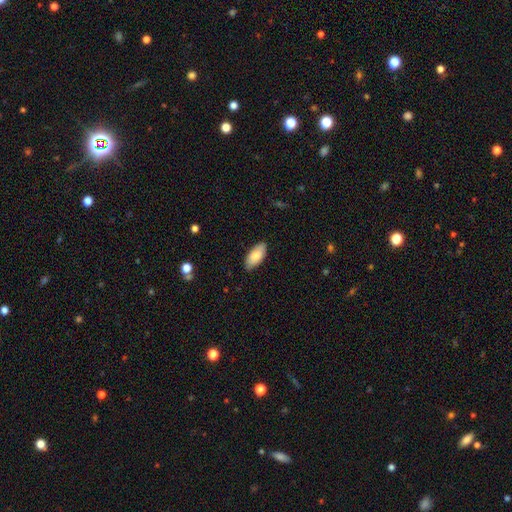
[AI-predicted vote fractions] A smooth galaxy with no disk features (81%) that is in between round and cigar-shaped (90%). Merging: none (86%).